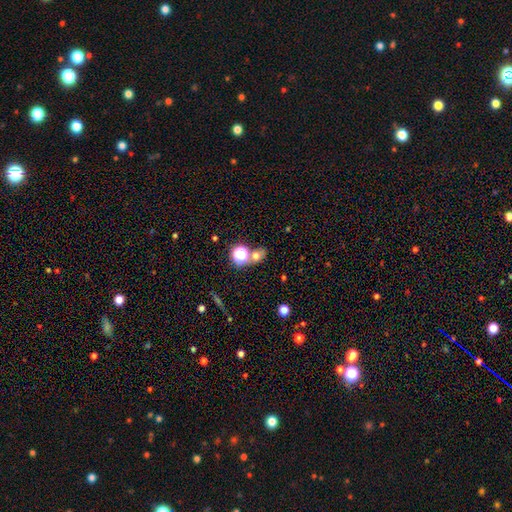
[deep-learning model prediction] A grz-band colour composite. It shows a smooth galaxy with no disk features (60%) that is round (65%). Merging: none (60%).